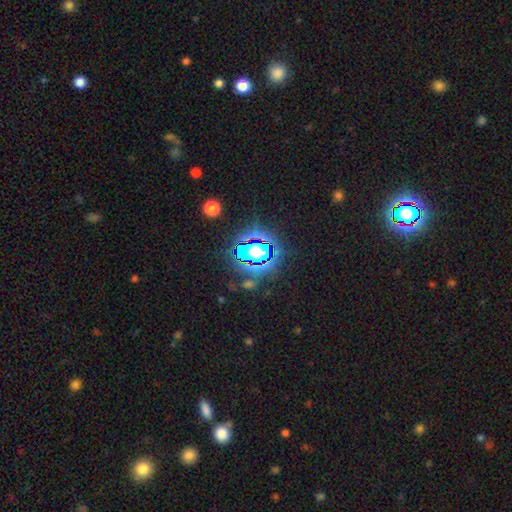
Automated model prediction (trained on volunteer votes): Morphology: type=star or artifact (78%).